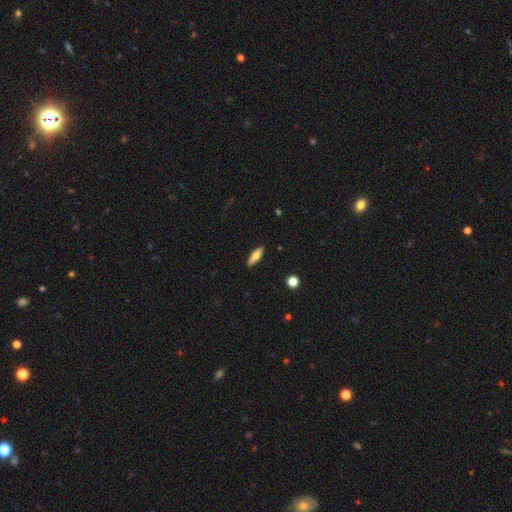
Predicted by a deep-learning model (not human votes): The model was most divided on "how rounded": cigar-shaped: 55%, in between: 42%, round: 3%. More confident: merging — none (90%); smooth or featured — smooth (62%).